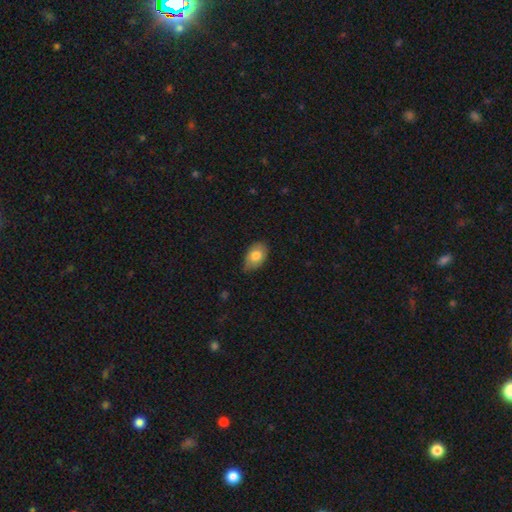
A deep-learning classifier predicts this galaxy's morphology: type=smooth (79%); roundness=in between (87%); merging=none (73%).